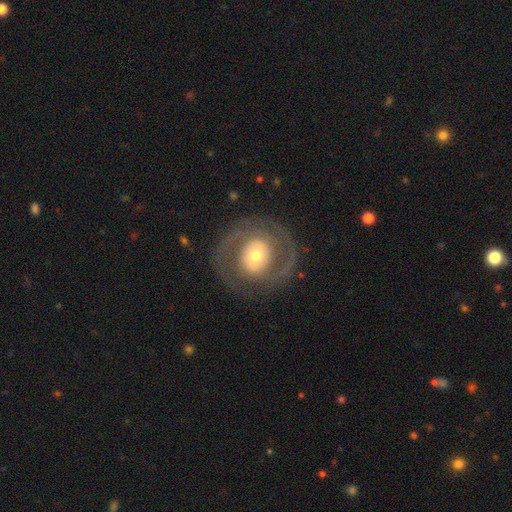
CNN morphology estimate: This appears to be a featured or disk galaxy (72%) with no bar (64%), spiral arms (65%) and a moderate central bulge (62%). Merging: none (80%).